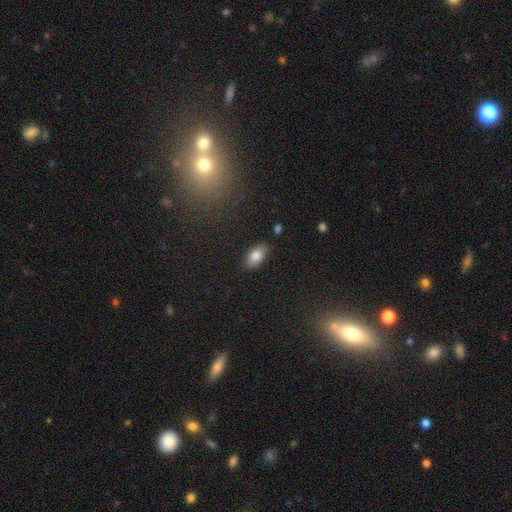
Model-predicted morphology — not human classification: Smooth or featured: smooth — 83% (featured or disk — 9%)
How rounded: in between — 93% (round — 4%)
Merging: none — 85% (minor disturbance — 11%)